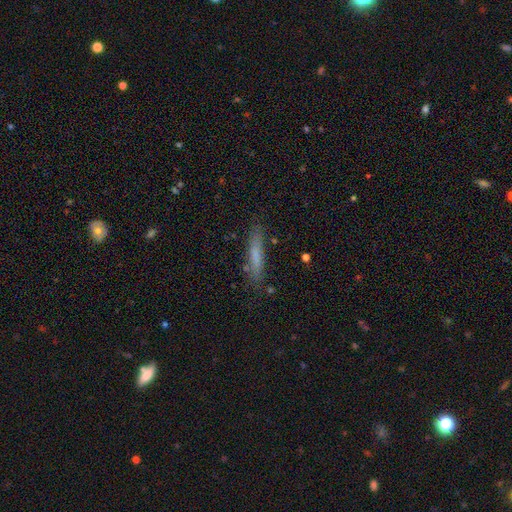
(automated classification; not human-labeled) Smooth or featured? smooth (69%)
How rounded? cigar-shaped (90%)
Merging? none (82%)